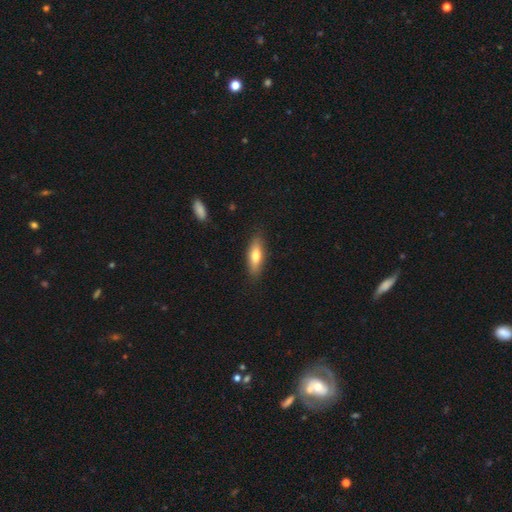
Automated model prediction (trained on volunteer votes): Smooth or featured? Predicted: smooth (p=0.70). How rounded? Predicted: in between (p=0.53). Merging? Predicted: none (p=0.85).